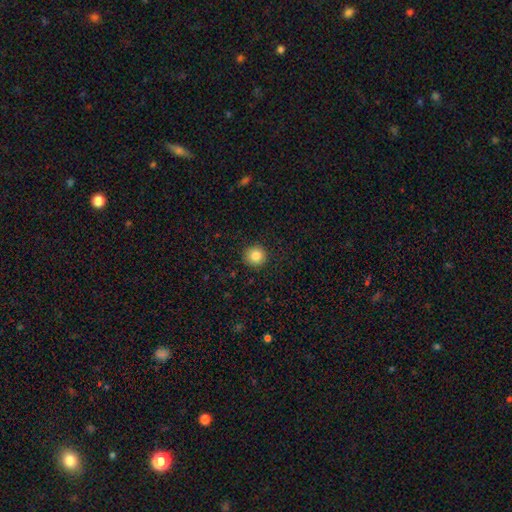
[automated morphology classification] A smooth galaxy with no disk features (85%) that is round (94%).

Vote fractions:
- Smooth or featured? smooth: 85% / star or artifact: 10% / featured or disk: 5%
- How rounded? round: 94% / in between: 5% / cigar-shaped: 1%
- Merging? none: 91% / minor disturbance: 6% / major disturbance: 2% / merger: 1%